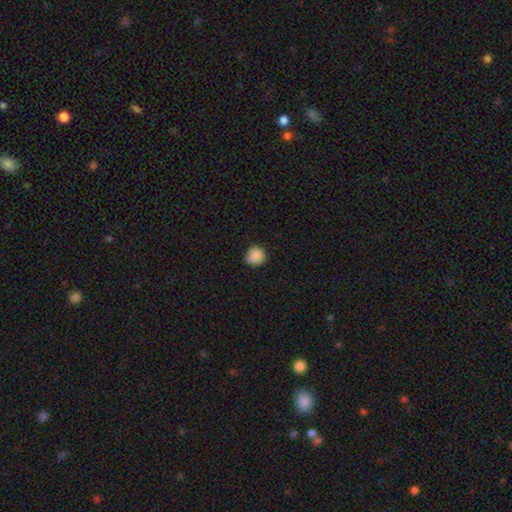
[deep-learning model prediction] Smooth or featured: smooth — 87% (star or artifact — 9%)
How rounded: round — 89% (in between — 10%)
Merging: none — 79% (minor disturbance — 17%)